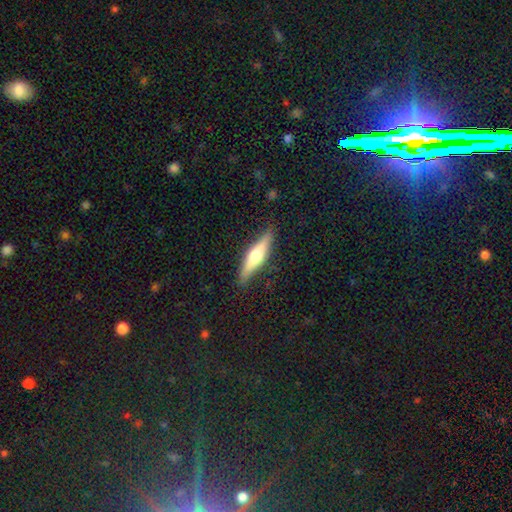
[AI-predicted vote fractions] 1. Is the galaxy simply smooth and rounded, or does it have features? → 53% featured or disk, 42% smooth, 6% star or artifact.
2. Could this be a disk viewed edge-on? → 94% yes, 6% no.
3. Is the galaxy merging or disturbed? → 87% none, 10% minor disturbance, 2% major disturbance, 1% merger.